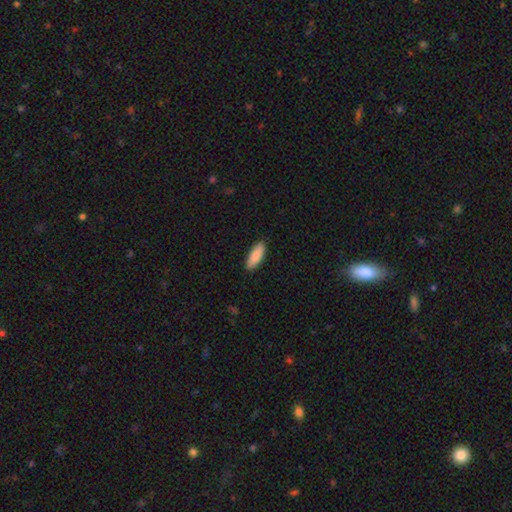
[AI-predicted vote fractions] Q: Smooth or featured?
A: smooth (89%); runner-up: star or artifact (5%)
Q: How rounded?
A: in between (63%); runner-up: cigar-shaped (36%)
Q: Merging?
A: none (90%); runner-up: minor disturbance (8%)